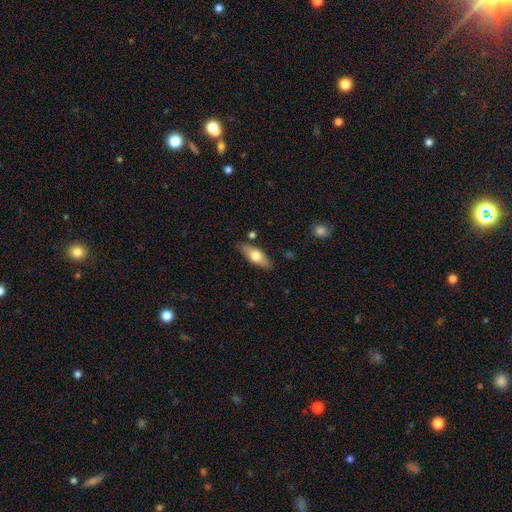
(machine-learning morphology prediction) Smooth or featured: smooth — 64% (featured or disk — 30%)
How rounded: in between — 70% (cigar-shaped — 27%)
Merging: none — 81% (minor disturbance — 13%)